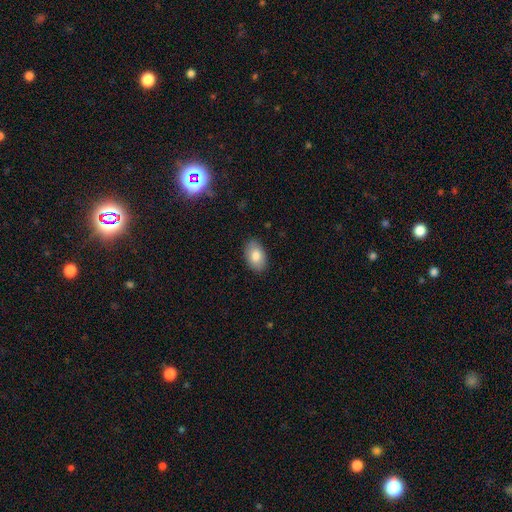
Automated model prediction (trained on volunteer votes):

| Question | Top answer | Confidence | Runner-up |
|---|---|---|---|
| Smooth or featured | smooth | 82% | featured or disk (11%) |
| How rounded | in between | 91% | round (8%) |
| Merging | none | 86% | minor disturbance (11%) |